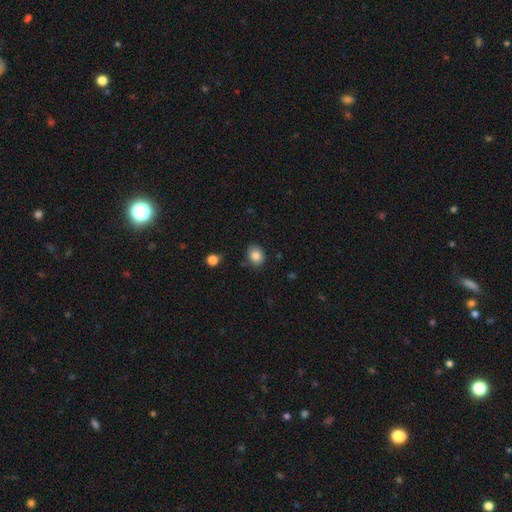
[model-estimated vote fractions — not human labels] Smooth or featured: smooth — 84% (star or artifact — 9%)
How rounded: round — 56% (in between — 43%)
Merging: none — 82% (minor disturbance — 13%)